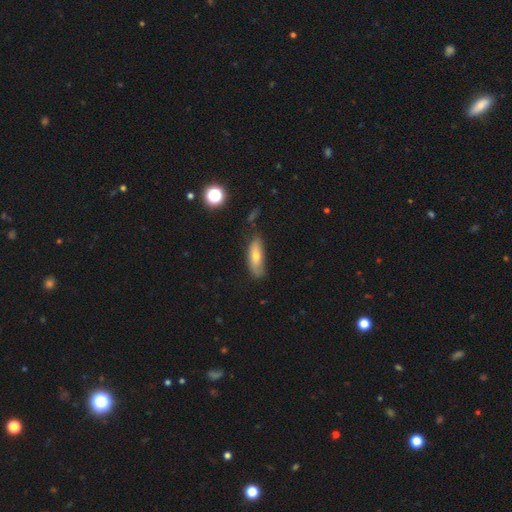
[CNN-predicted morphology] Q: Smooth or featured?
A: smooth (64%); runner-up: featured or disk (27%)
Q: How rounded?
A: in between (61%); runner-up: cigar-shaped (36%)
Q: Merging?
A: none (65%); runner-up: minor disturbance (26%)